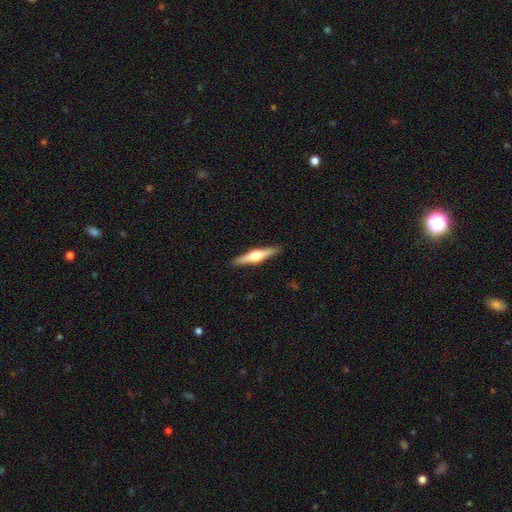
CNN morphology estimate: This appears to be a featured or disk galaxy (68%) viewed edge-on (98%) with a rounded central bulge (95%). Merging: none (91%).